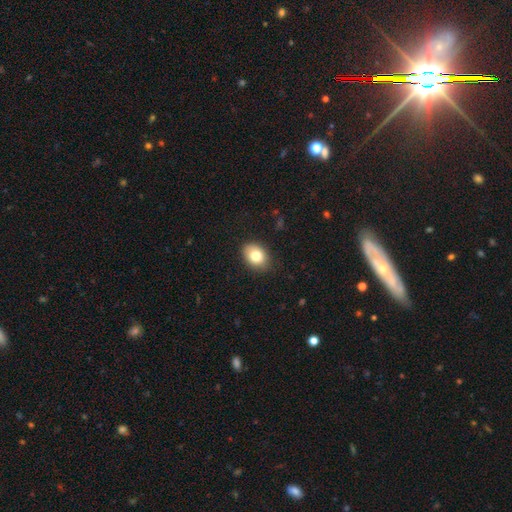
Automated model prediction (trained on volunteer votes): smooth 80%, featured or disk 11%, star or artifact 9%. Down the decision tree: how rounded — in between (72%); merging — none (84%).